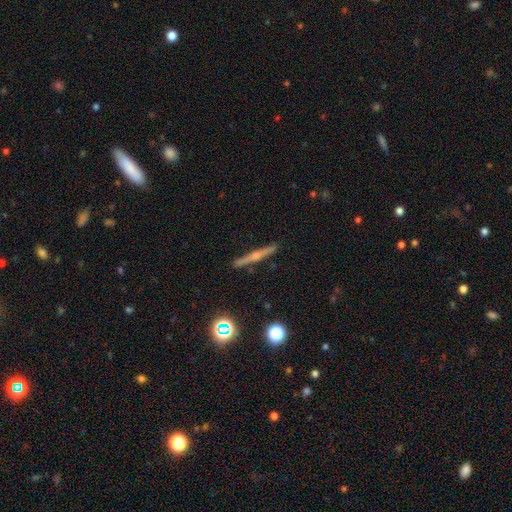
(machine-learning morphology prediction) Smooth or featured? Predicted: featured or disk (p=0.63). Edge-on disk? Predicted: yes (p=0.98). Edge-on bulge? Predicted: rounded (p=0.74). Merging? Predicted: none (p=0.91).